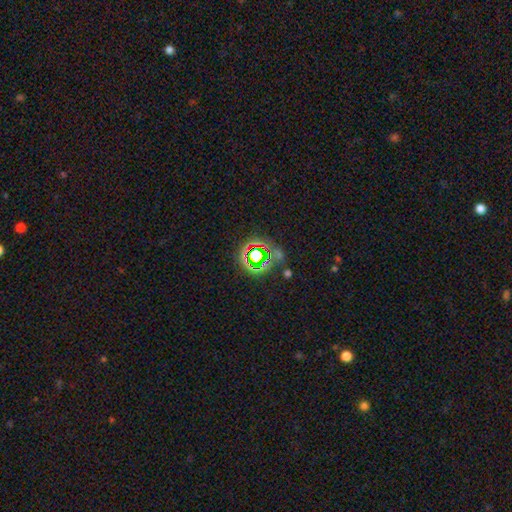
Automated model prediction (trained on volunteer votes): smooth_or_featured: star or artifact (p=0.66) [alt: smooth p=0.22]